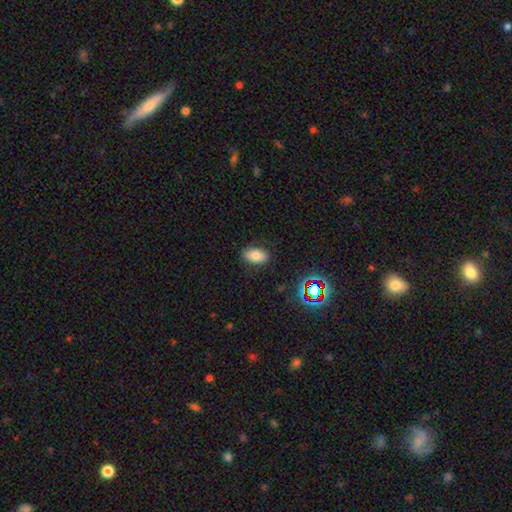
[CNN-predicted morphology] A smooth galaxy with no disk features (77%) that is in between round and cigar-shaped (91%).

Vote fractions:
- Smooth or featured? smooth: 77% / star or artifact: 13% / featured or disk: 10%
- How rounded? in between: 91% / round: 7% / cigar-shaped: 2%
- Merging? none: 84% / minor disturbance: 11% / major disturbance: 3% / merger: 1%